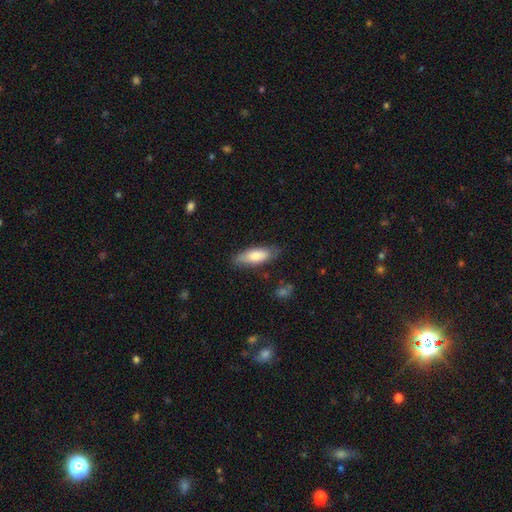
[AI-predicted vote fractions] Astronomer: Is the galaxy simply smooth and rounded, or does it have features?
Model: smooth — 76%.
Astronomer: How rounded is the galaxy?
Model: in between — 63%.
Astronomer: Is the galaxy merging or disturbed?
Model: none — 77%.